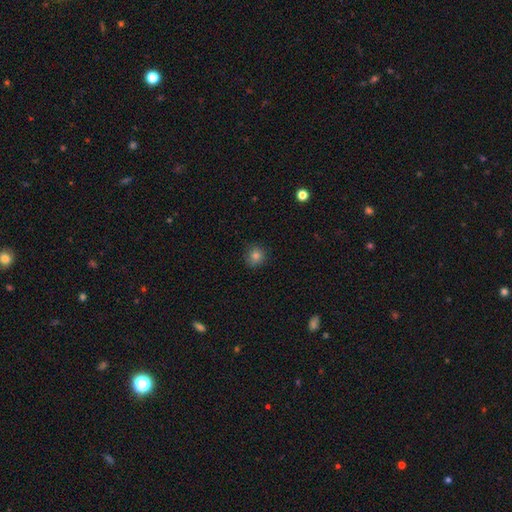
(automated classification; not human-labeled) A smooth galaxy with no disk features (80%) that is round (89%).

Vote fractions:
- Smooth or featured? smooth: 80% / star or artifact: 14% / featured or disk: 6%
- How rounded? round: 89% / in between: 10% / cigar-shaped: 1%
- Merging? none: 85% / minor disturbance: 11% / major disturbance: 3% / merger: 1%